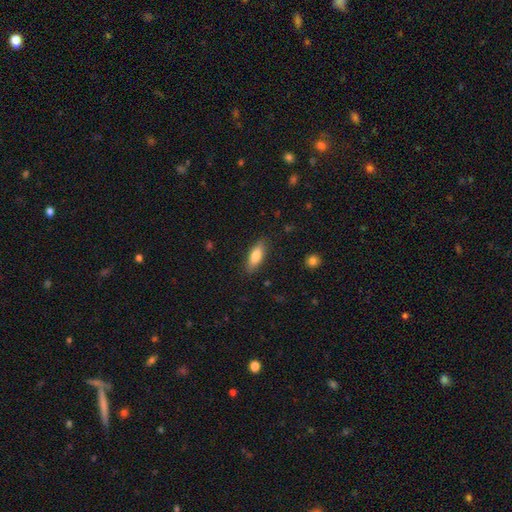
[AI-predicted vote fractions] smooth 77%, featured or disk 16%, star or artifact 6%. Down the decision tree: how rounded — in between (62%); merging — none (85%).